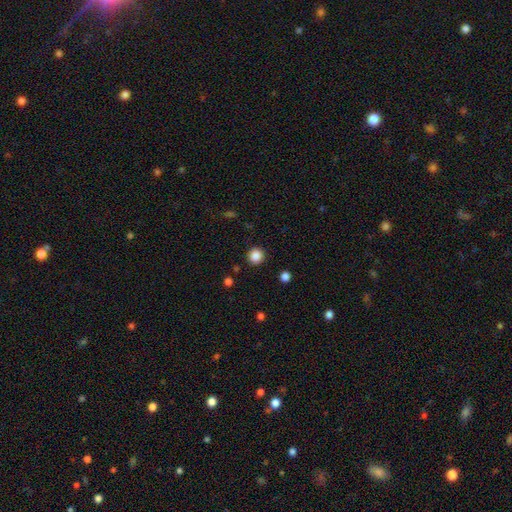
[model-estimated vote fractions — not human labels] Overall: smooth (86%). How rounded: round (92%). Merging: none (91%).